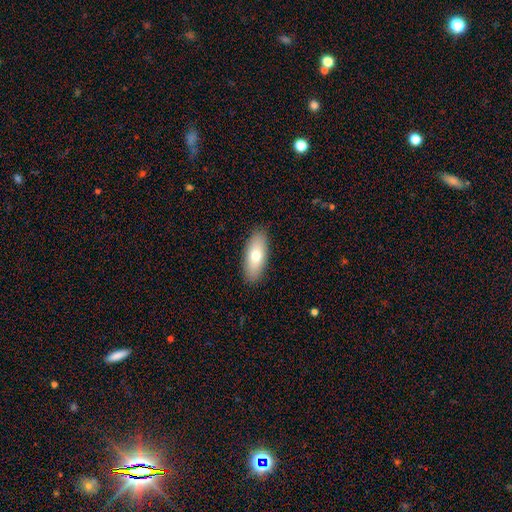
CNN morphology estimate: This appears to be a smooth galaxy with no disk features (71%) that is in between round and cigar-shaped (80%). Merging: none (89%).